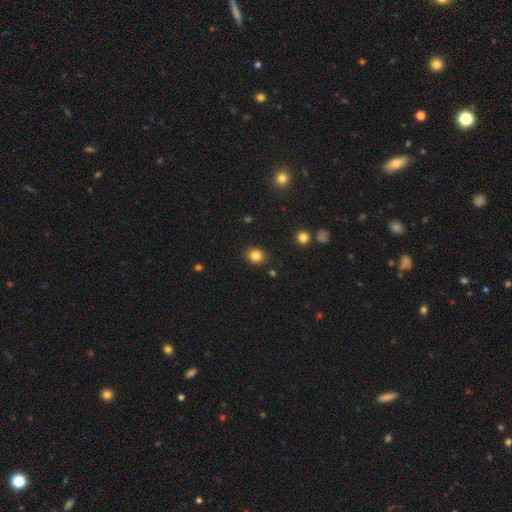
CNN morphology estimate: smooth-or-featured: smooth: 83% | star or artifact: 11% | featured or disk: 6%
  how-rounded: round: 66% | in between: 33% | cigar-shaped: 1%
  merging: none: 88% | minor disturbance: 8% | major disturbance: 2% | merger: 2%